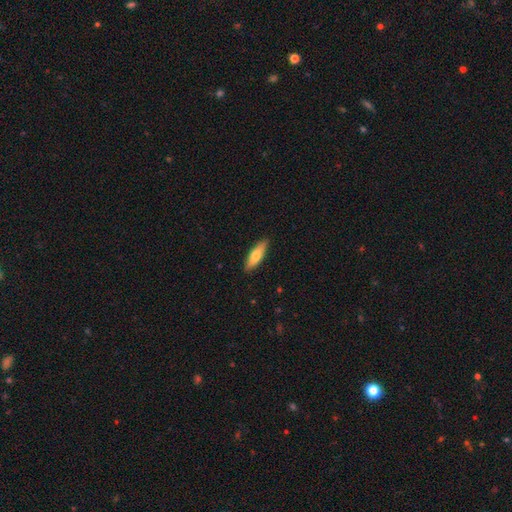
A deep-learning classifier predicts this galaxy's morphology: smooth 68%, featured or disk 27%, star or artifact 6%. Down the decision tree: how rounded — cigar-shaped (52%); merging — none (89%).